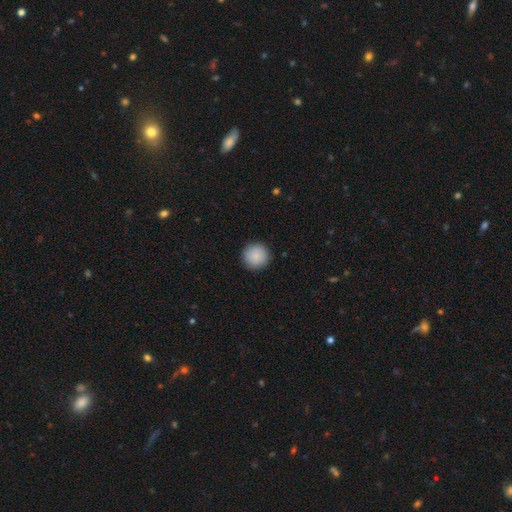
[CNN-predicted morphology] The model was most divided on "smooth or featured": smooth: 89%, star or artifact: 7%, featured or disk: 4%. More confident: how rounded — round (96%); merging — none (92%).